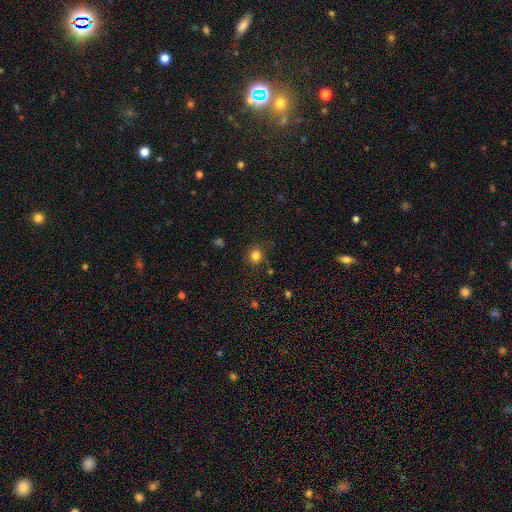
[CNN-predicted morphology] This appears to be a smooth galaxy with no disk features (82%) that is round (82%). Merging: none (83%).